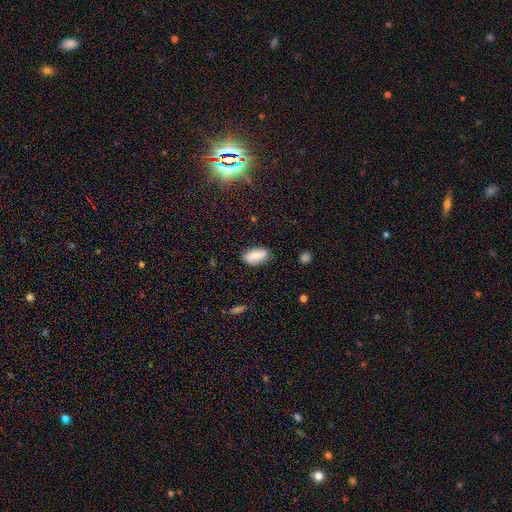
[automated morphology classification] smooth 76%, featured or disk 16%, star or artifact 8%. Down the decision tree: how rounded — in between (92%); merging — none (77%).